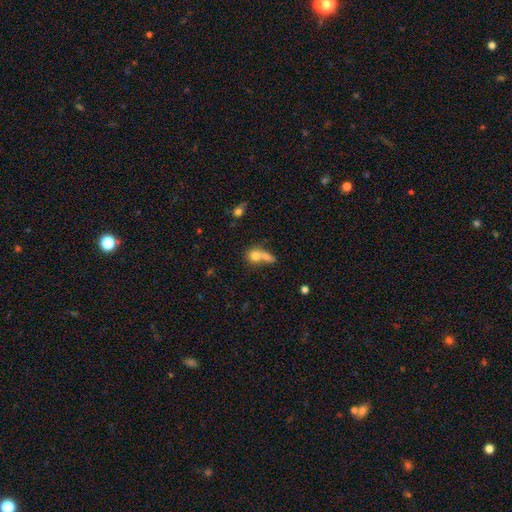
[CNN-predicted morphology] Q: Smooth or featured?
A: smooth (74%); runner-up: featured or disk (15%)
Q: How rounded?
A: round (62%); runner-up: in between (34%)
Q: Merging?
A: merger (59%); runner-up: none (28%)